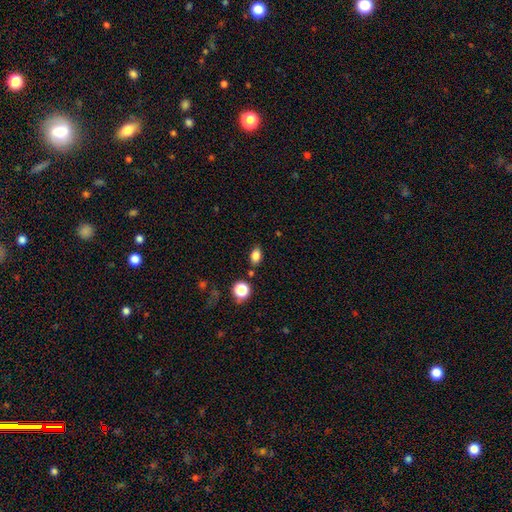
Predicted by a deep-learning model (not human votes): Smooth or featured: smooth — 82% (star or artifact — 12%)
How rounded: in between — 81% (round — 17%)
Merging: none — 82% (minor disturbance — 11%)